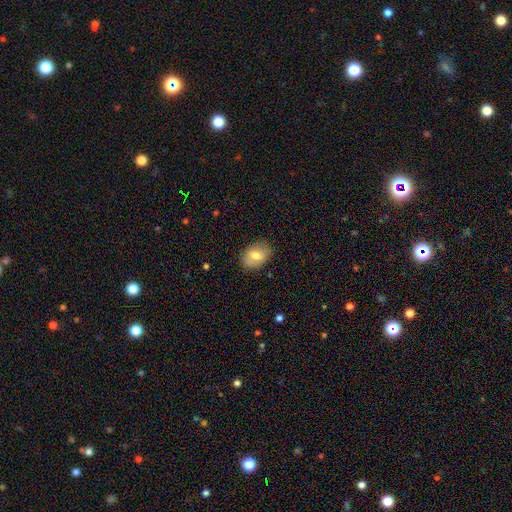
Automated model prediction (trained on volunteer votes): A smooth galaxy with no disk features (73%) that is in between round and cigar-shaped (81%).

Vote fractions:
- Smooth or featured? smooth: 73% / featured or disk: 19% / star or artifact: 8%
- How rounded? in between: 81% / round: 17% / cigar-shaped: 1%
- Merging? none: 84% / minor disturbance: 12% / major disturbance: 3% / merger: 1%